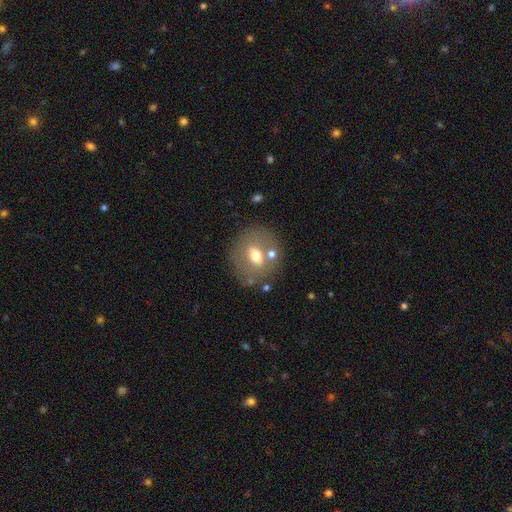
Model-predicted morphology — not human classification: Smooth or featured: smooth — 56% (featured or disk — 34%)
How rounded: round — 61% (in between — 38%)
Merging: none — 72% (minor disturbance — 13%)